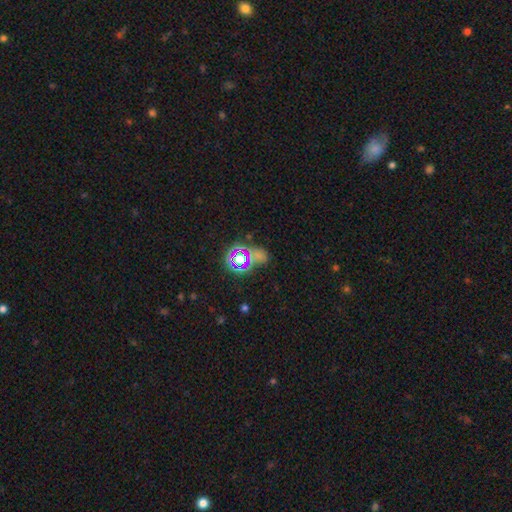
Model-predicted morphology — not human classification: Smooth or featured?
  - star or artifact: 58% *
  - smooth: 31%
  - featured or disk: 12%